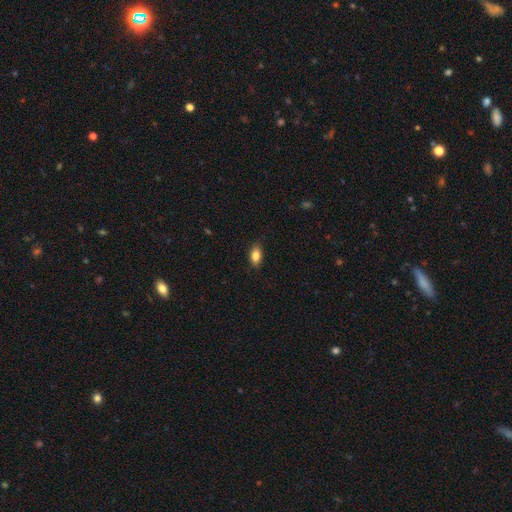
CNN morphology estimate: A smooth galaxy with no disk features (84%) that is in between round and cigar-shaped (88%). Merging: none (82%).